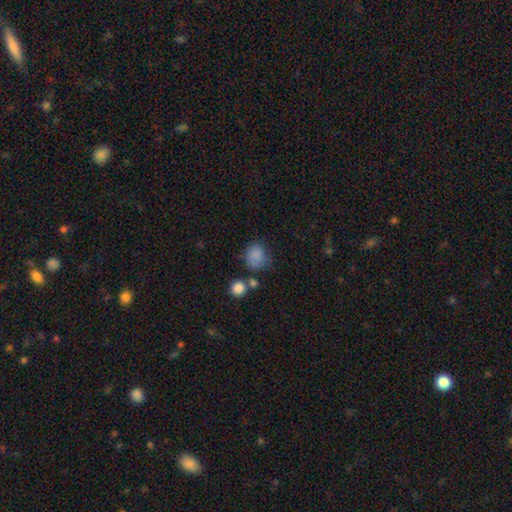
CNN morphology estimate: This is clearly a smooth galaxy (83%). How rounded: likely round (75%). Merging: possibly none (58%).